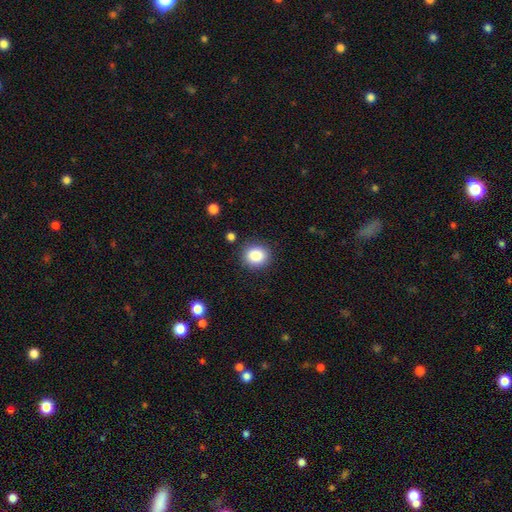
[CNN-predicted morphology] smooth_or_featured: smooth (p=0.87) [alt: star or artifact p=0.09]
how_rounded: round (p=0.78) [alt: in between p=0.21]
merging: none (p=0.87) [alt: minor disturbance p=0.08]